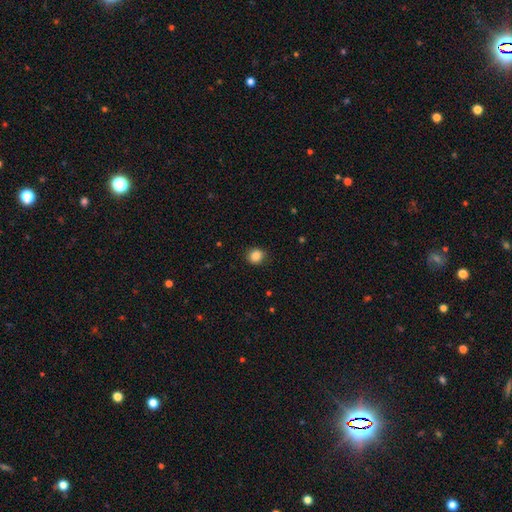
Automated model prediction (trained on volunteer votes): smooth_or_featured: smooth (p=0.86) [alt: star or artifact p=0.10]
how_rounded: round (p=0.83) [alt: in between p=0.16]
merging: none (p=0.87) [alt: minor disturbance p=0.10]